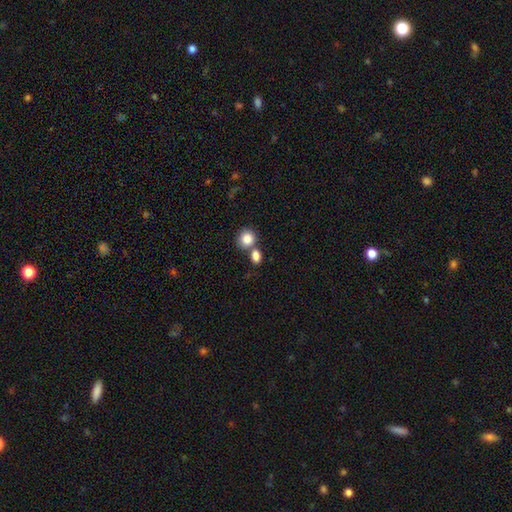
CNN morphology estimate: smooth 84%, star or artifact 10%, featured or disk 6%. Down the decision tree: how rounded — in between (52%); merging — none (50%).